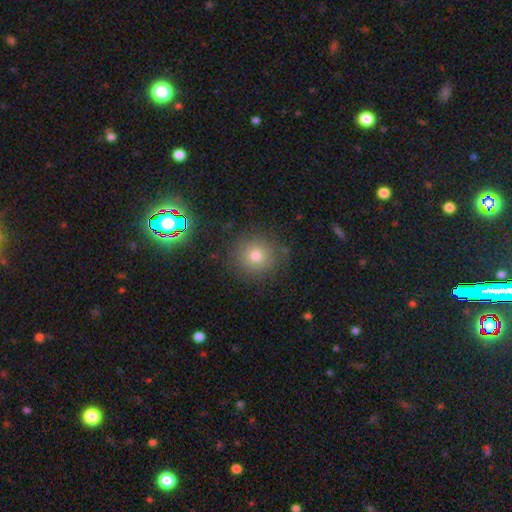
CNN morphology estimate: Smooth or featured? smooth (72%)
How rounded? round (94%)
Merging? none (86%)